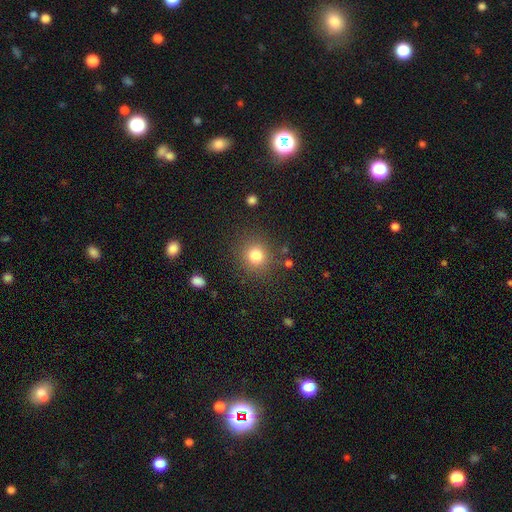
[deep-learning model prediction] Smooth or featured? Predicted: smooth (p=0.80). How rounded? Predicted: round (p=0.90). Merging? Predicted: none (p=0.85).